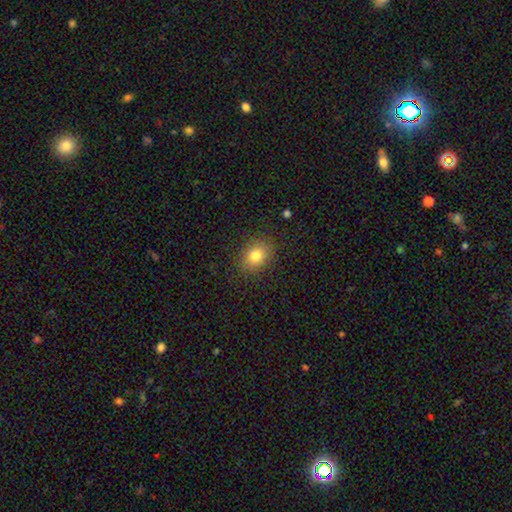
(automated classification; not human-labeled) Smooth or featured?
  - smooth: 80% *
  - star or artifact: 12%
  - featured or disk: 8%
How rounded?
  - round: 50% *
  - in between: 49%
  - cigar-shaped: 1%
Merging?
  - none: 87% *
  - minor disturbance: 9%
  - major disturbance: 3%
  - merger: 1%